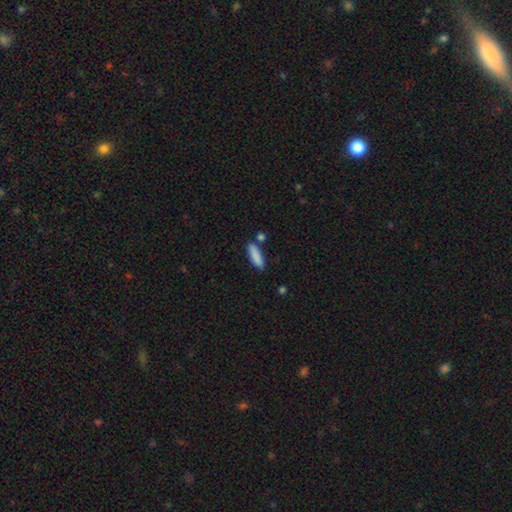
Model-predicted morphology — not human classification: Smooth or featured? smooth (87%)
How rounded? cigar-shaped (58%)
Merging? none (78%)